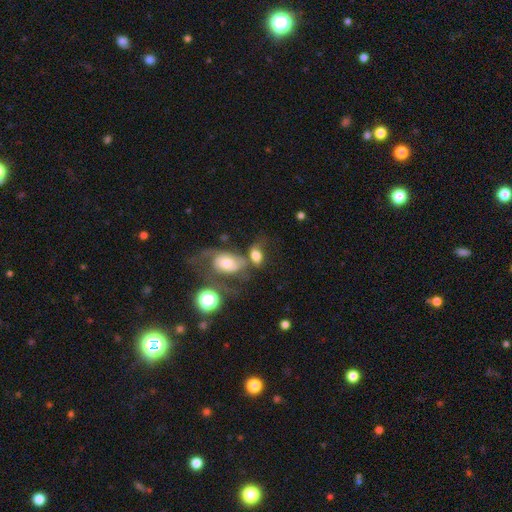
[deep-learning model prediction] Smooth or featured: smooth — 60% (featured or disk — 29%)
How rounded: in between — 81% (round — 16%)
Merging: merger — 41% (none — 27%)